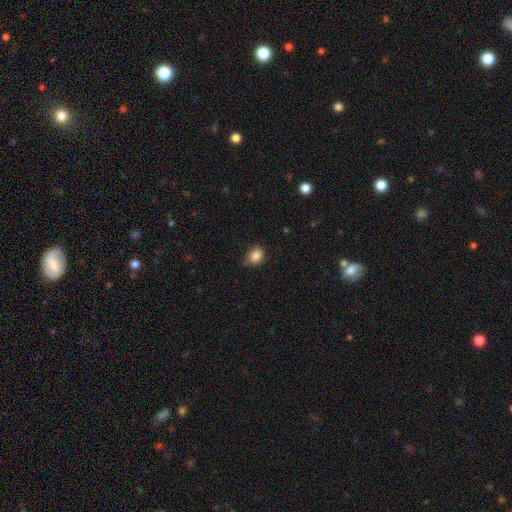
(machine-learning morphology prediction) smooth 85%, star or artifact 10%, featured or disk 5%. Down the decision tree: how rounded — round (58%); merging — none (64%).